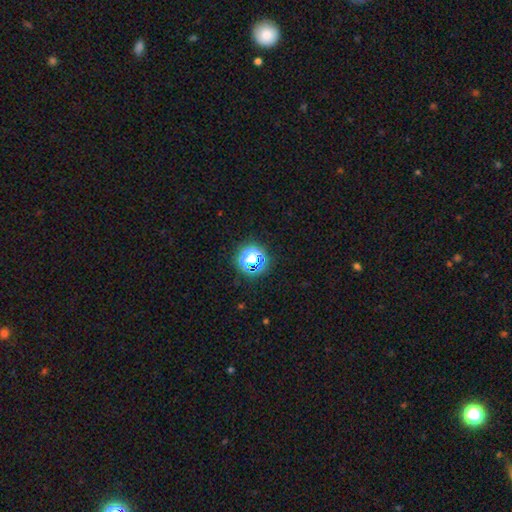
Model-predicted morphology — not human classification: Overall: star or artifact (51%; smooth 39%).